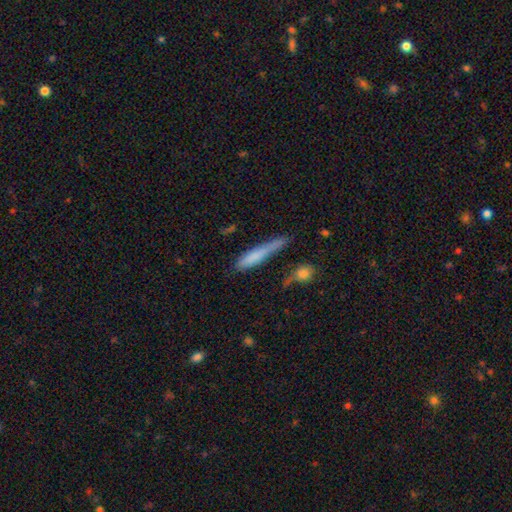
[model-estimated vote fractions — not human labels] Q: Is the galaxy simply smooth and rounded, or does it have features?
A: smooth — 72%.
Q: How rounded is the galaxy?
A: cigar-shaped — 88%.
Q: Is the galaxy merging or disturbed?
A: none — 57%.